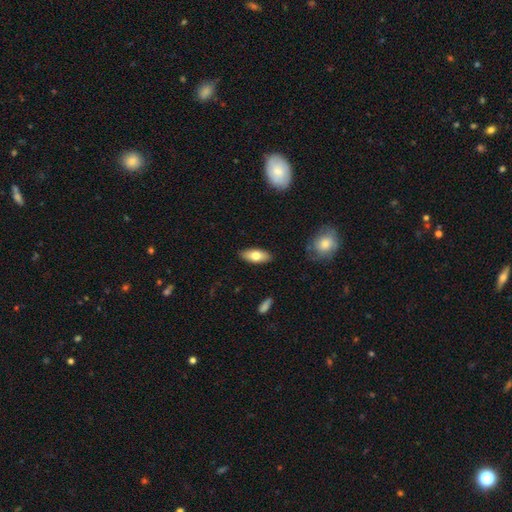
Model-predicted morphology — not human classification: Overall: smooth (73%). How rounded: in between (83%). Merging: none (87%).